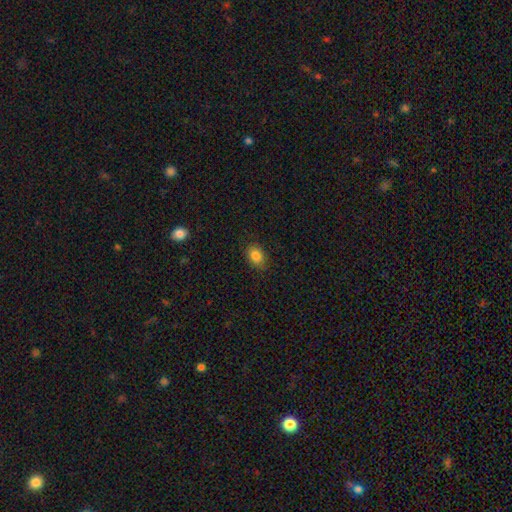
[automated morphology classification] Smooth or featured? Predicted: smooth (p=0.84). How rounded? Predicted: in between (p=0.77). Merging? Predicted: none (p=0.84).